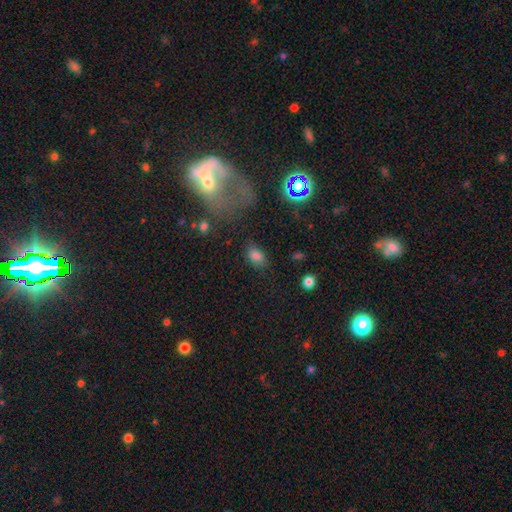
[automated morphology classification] smooth_or_featured: smooth (p=0.77) [alt: star or artifact p=0.14]
how_rounded: in between (p=0.83) [alt: round p=0.15]
merging: none (p=0.70) [alt: minor disturbance p=0.19]